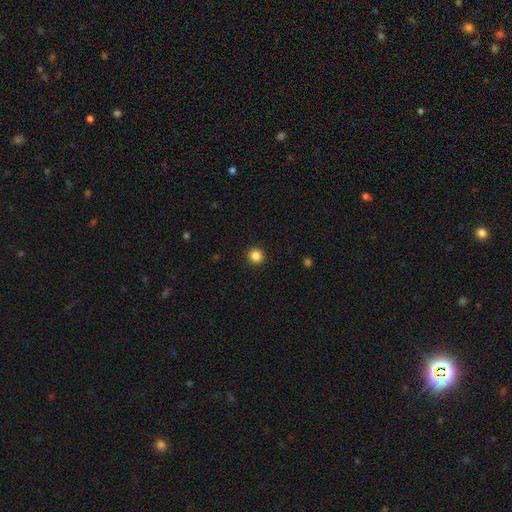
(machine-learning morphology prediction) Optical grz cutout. It shows a smooth galaxy with no disk features (86%) that is round (95%). Merging: none (93%).